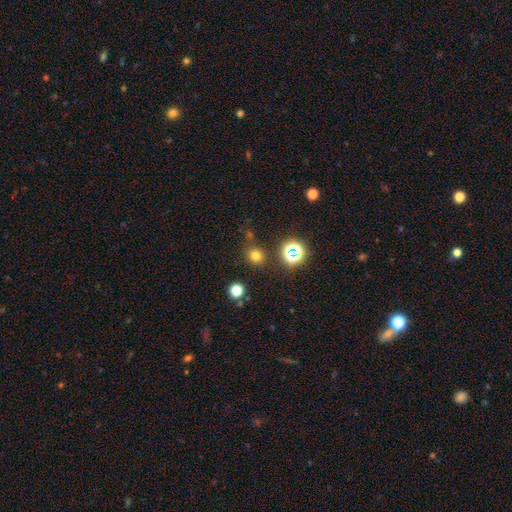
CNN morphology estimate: smooth_or_featured: smooth (p=0.71) [alt: star or artifact p=0.22]
how_rounded: round (p=0.85) [alt: in between p=0.14]
merging: none (p=0.80) [alt: minor disturbance p=0.11]